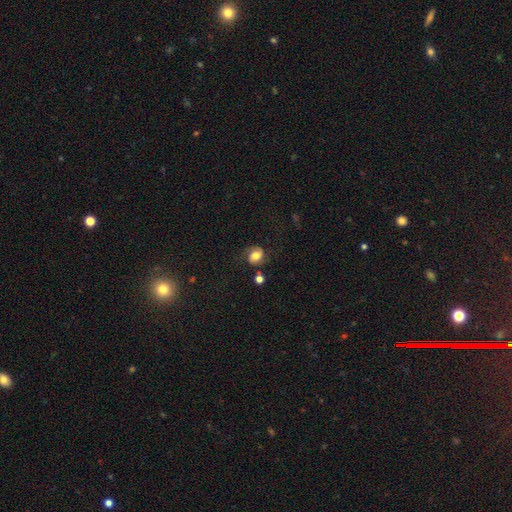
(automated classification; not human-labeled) Smooth or featured?
  - smooth: 48% *
  - featured or disk: 42%
  - star or artifact: 11%
Merging?
  - none: 69% *
  - minor disturbance: 18%
  - major disturbance: 9%
  - merger: 4%